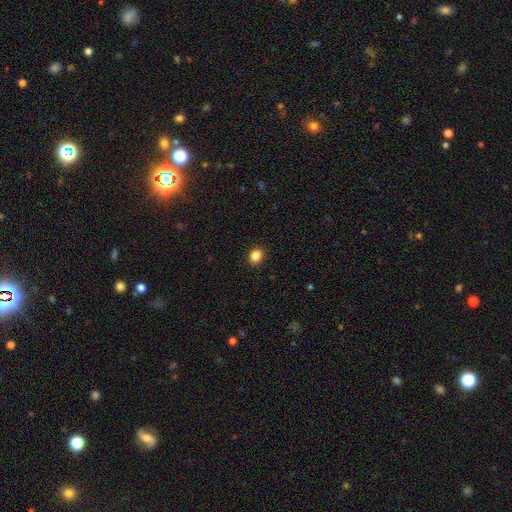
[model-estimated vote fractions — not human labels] This is clearly a smooth galaxy (85%). How rounded: possibly round (56%). Merging: clearly none (92%).